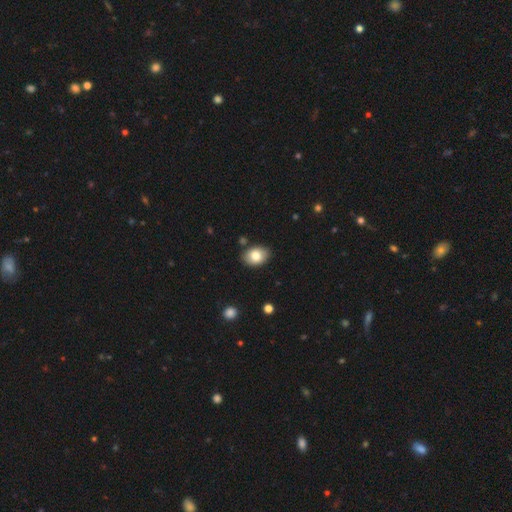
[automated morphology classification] smooth 80%, featured or disk 13%, star or artifact 8%. Down the decision tree: how rounded — in between (80%); merging — none (84%).